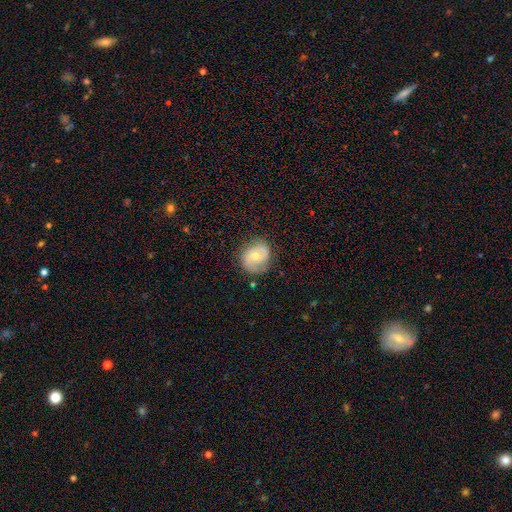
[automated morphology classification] Smooth or featured? Predicted: featured or disk (p=0.57). Edge-on disk? Predicted: no (p=0.97). Bar? Predicted: no (p=0.54). Spiral arms? Predicted: yes (p=0.84). Bulge size? Predicted: small (p=0.51). Merging? Predicted: none (p=0.74).